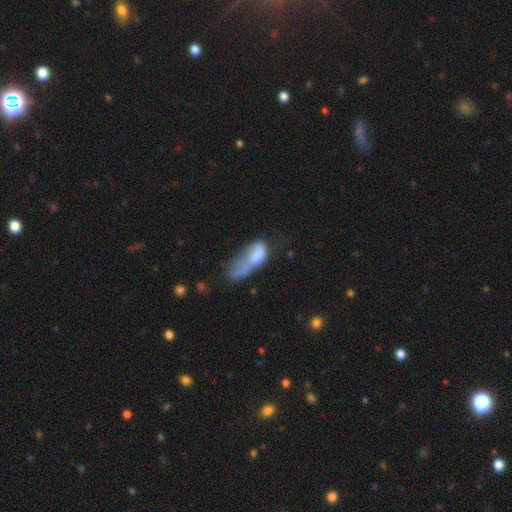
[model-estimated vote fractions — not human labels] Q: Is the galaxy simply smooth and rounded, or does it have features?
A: smooth — 63%.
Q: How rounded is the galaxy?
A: in between — 79%.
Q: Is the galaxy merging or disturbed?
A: major disturbance — 41%.